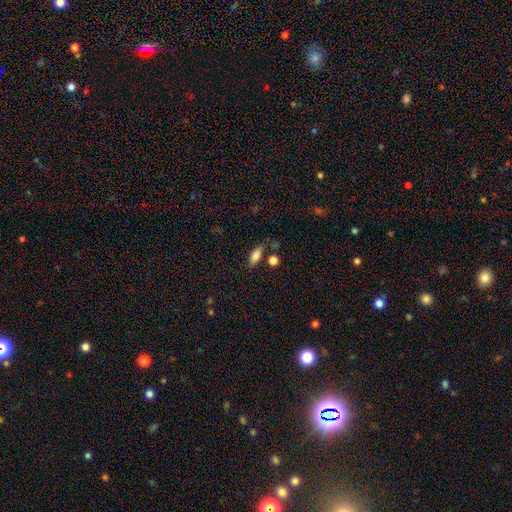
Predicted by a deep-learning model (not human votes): Smooth or featured? Predicted: smooth (p=0.77). How rounded? Predicted: in between (p=0.76). Merging? Predicted: none (p=0.71).